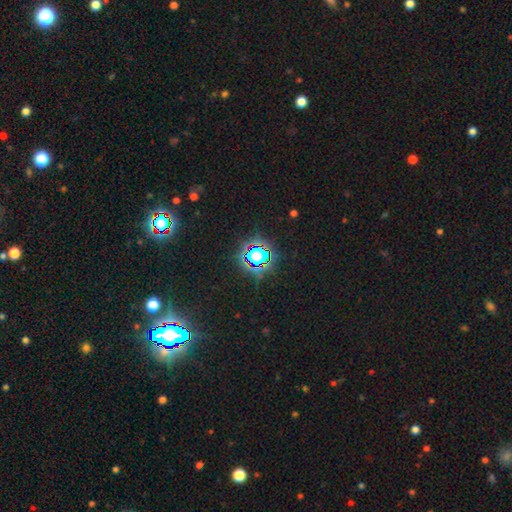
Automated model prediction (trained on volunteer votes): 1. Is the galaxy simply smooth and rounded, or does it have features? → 67% star or artifact, 22% smooth, 11% featured or disk.